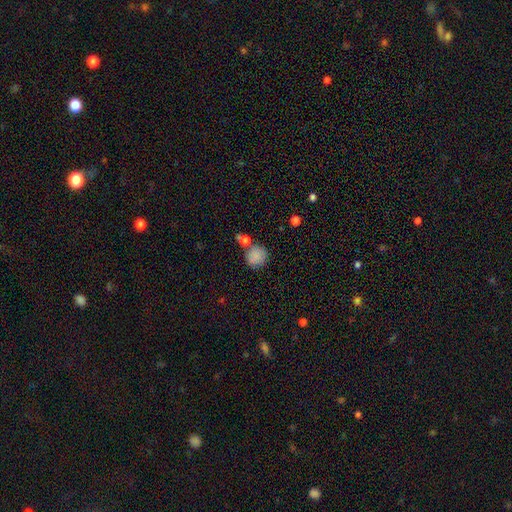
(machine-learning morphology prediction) Smooth or featured? smooth (85%)
How rounded? round (87%)
Merging? none (66%)